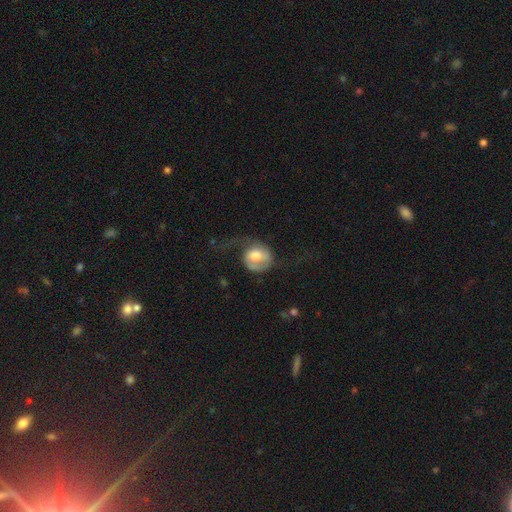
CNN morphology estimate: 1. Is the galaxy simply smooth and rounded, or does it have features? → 51% featured or disk, 43% smooth, 7% star or artifact.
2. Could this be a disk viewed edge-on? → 97% no, 3% yes.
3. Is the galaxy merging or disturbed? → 46% major disturbance, 31% none, 21% minor disturbance, 2% merger.